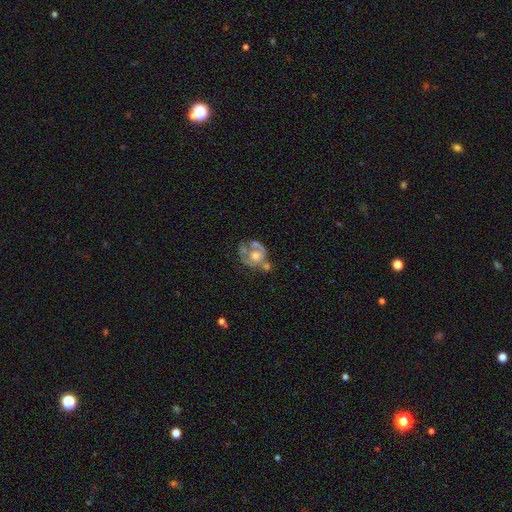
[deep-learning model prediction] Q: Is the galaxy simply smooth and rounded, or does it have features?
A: featured or disk — 61%.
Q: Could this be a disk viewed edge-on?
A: no — 97%.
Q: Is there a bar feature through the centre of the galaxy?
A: no — 85%.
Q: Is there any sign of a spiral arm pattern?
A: no — 61%.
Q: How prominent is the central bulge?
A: moderate — 56%.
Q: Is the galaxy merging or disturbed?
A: none — 30%, tied with merger.